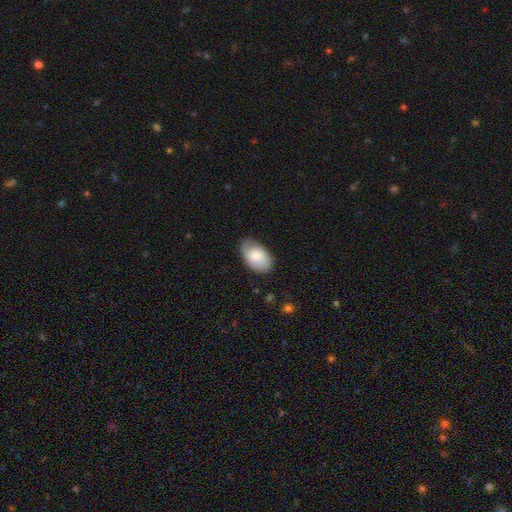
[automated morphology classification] This appears to be a smooth galaxy with no disk features (76%) that is in between round and cigar-shaped (93%). Merging: none (74%).